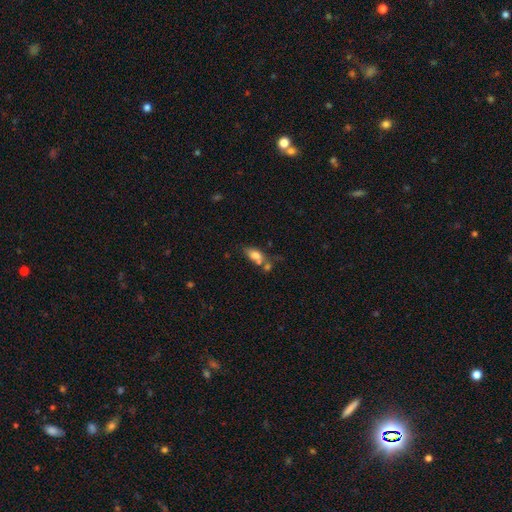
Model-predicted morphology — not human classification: Smooth or featured? smooth (72%)
How rounded? in between (82%)
Merging? none (38%)